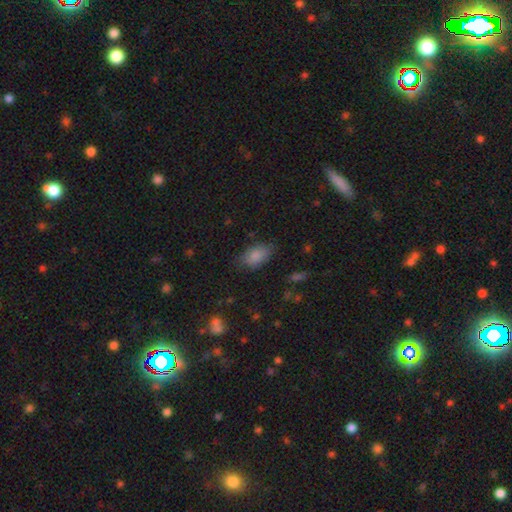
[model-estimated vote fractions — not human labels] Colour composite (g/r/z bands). It shows a smooth galaxy with no disk features (84%) that is in between round and cigar-shaped (91%). Merging: none (73%).